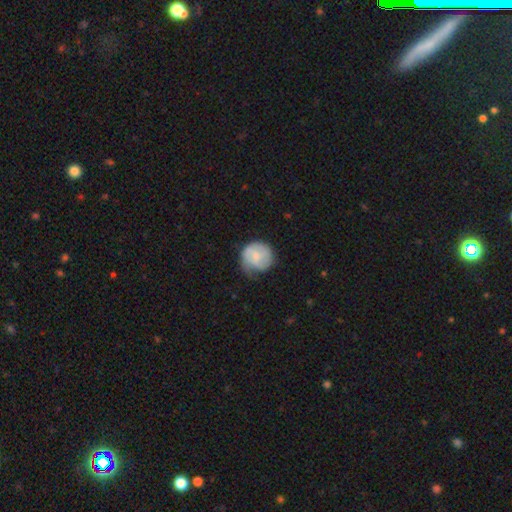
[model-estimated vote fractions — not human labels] smooth 48%, featured or disk 46%, star or artifact 6%. Down the decision tree: merging — none (53%).